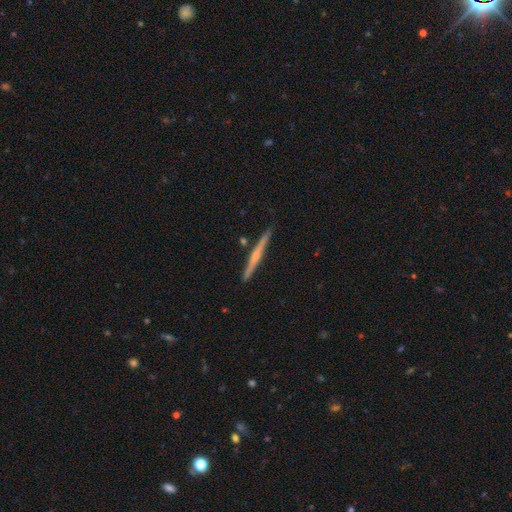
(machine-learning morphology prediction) Smooth or featured? featured or disk (69%)
Edge-on disk? yes (98%)
Edge-on bulge? rounded (62%)
Merging? none (88%)